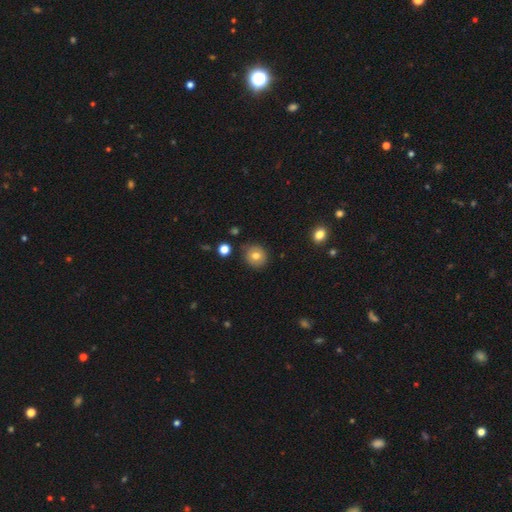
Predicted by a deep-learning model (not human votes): Morphology: type=smooth (74%); roundness=round (85%); merging=none (84%).